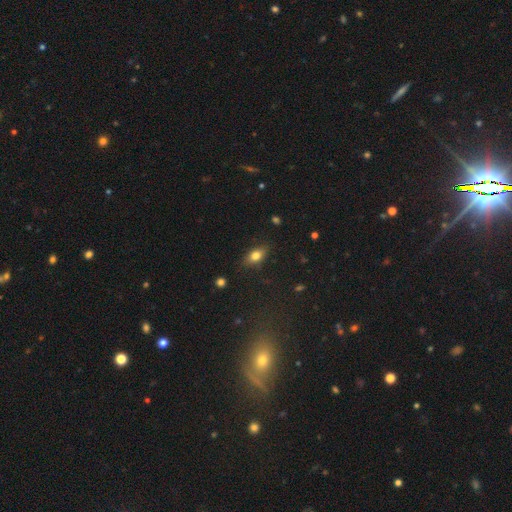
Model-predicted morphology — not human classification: Smooth or featured? smooth (78%)
How rounded? in between (83%)
Merging? none (83%)